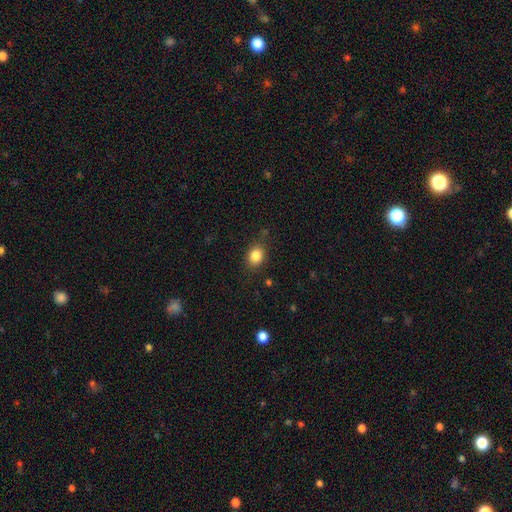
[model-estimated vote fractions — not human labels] The model was most divided on "how rounded": round: 53%, in between: 46%, cigar-shaped: 1%. More confident: smooth or featured — smooth (84%); merging — none (81%).